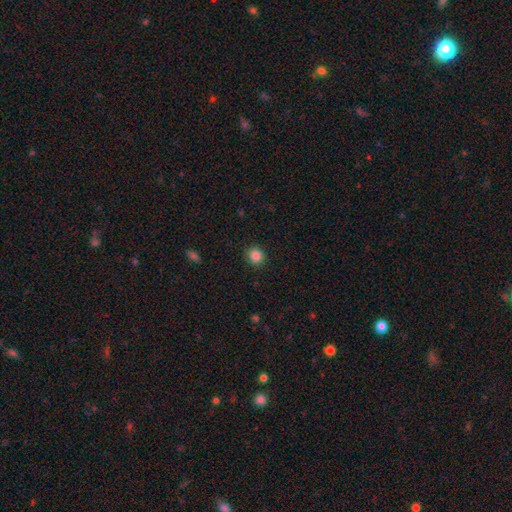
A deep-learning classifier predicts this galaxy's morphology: Smooth or featured? Predicted: smooth (p=0.86). How rounded? Predicted: round (p=0.89). Merging? Predicted: none (p=0.90).